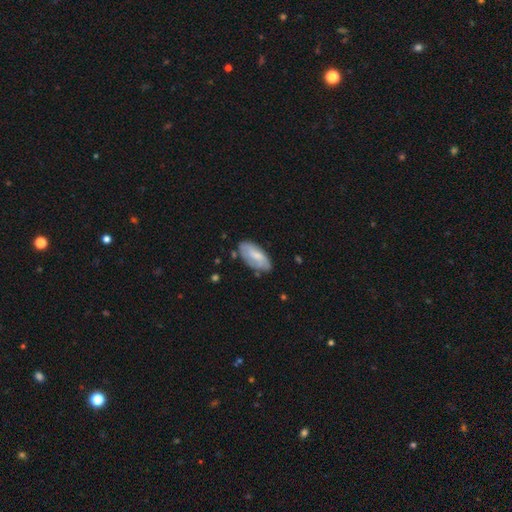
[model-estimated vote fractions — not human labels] Morphology: type=smooth (58%); roundness=in between (89%); merging=none (68%).